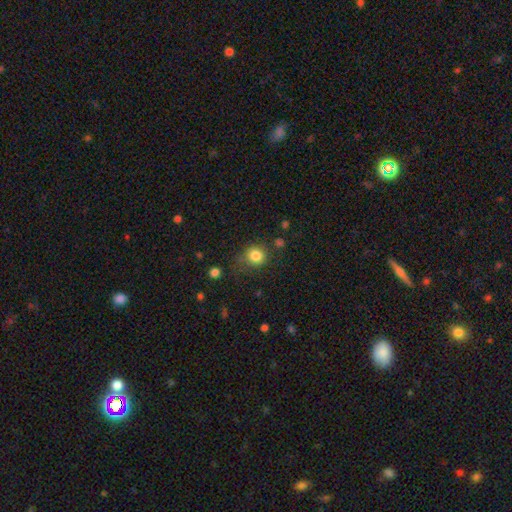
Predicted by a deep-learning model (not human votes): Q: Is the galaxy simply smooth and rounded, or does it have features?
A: smooth — 82%.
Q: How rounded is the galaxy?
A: round — 87%.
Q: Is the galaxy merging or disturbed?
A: none — 71%.